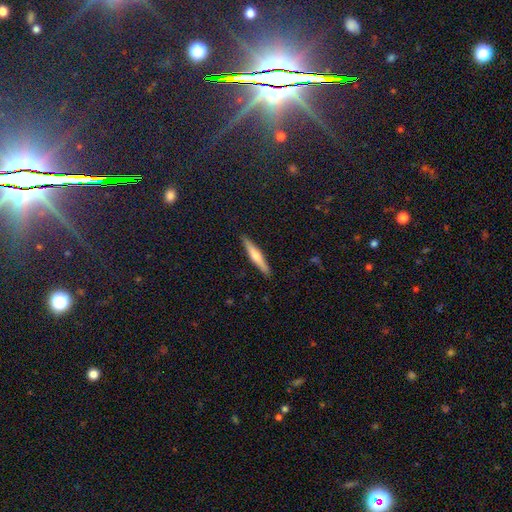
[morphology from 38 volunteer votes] Smooth or featured? 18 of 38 (47%) said featured or disk. Edge-on disk? 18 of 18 (100%) said yes. Edge-on bulge? 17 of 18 (94%) said rounded. Merging? 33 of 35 (94%) said none.